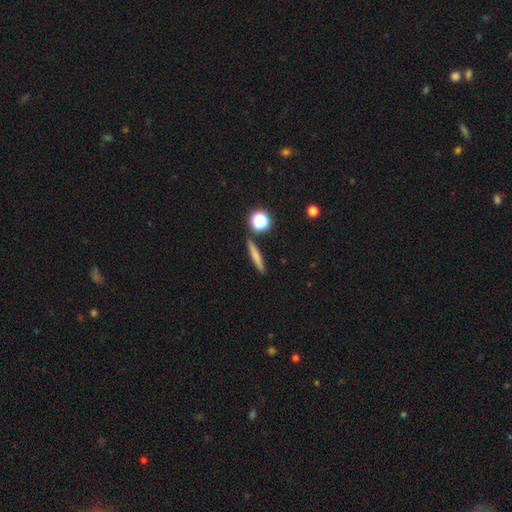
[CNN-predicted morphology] Smooth or featured: smooth — 70% (featured or disk — 21%)
How rounded: cigar-shaped — 87% (in between — 7%)
Merging: none — 87% (minor disturbance — 7%)